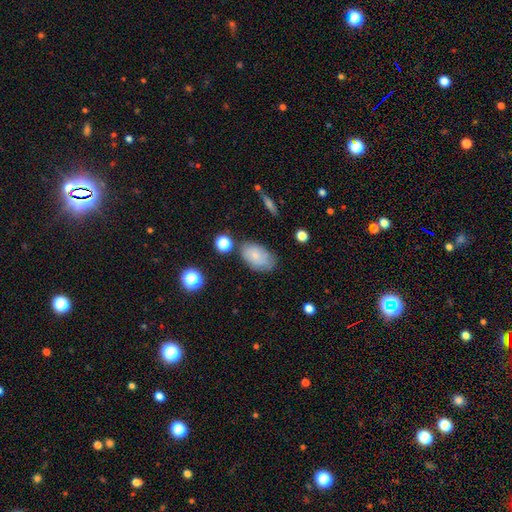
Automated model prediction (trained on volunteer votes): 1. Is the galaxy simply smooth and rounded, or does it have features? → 76% smooth, 15% featured or disk, 9% star or artifact.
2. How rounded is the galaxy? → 91% in between, 7% round, 2% cigar-shaped.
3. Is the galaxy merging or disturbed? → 70% none, 20% minor disturbance, 5% major disturbance, 4% merger.